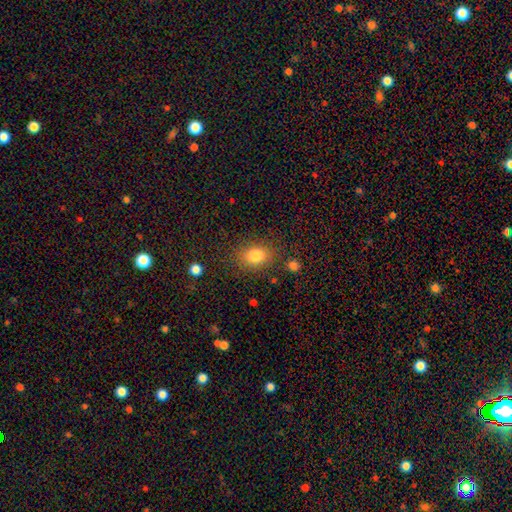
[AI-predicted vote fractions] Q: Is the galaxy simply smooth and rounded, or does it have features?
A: smooth — 82%.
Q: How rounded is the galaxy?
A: in between — 65%.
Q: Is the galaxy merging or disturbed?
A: none — 81%.